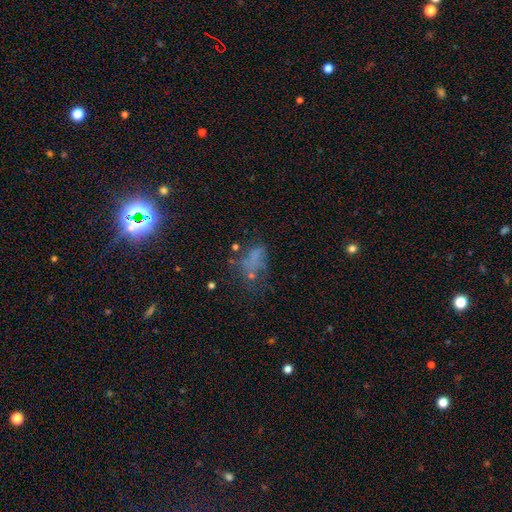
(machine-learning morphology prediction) star or artifact 52%, smooth 26%, featured or disk 22%.